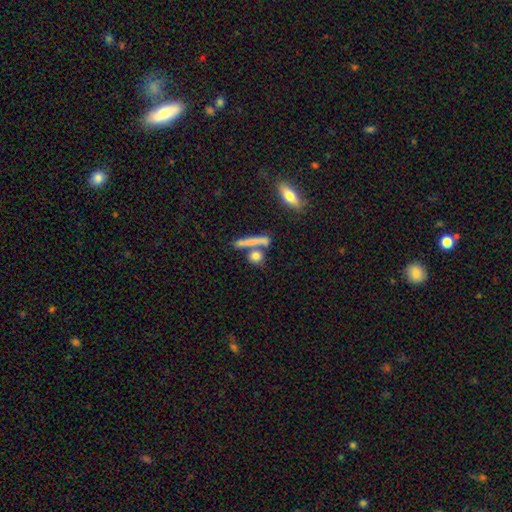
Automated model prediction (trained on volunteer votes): This appears to be a smooth galaxy with no disk features (76%) that is round (51%). Merging: none (63%).